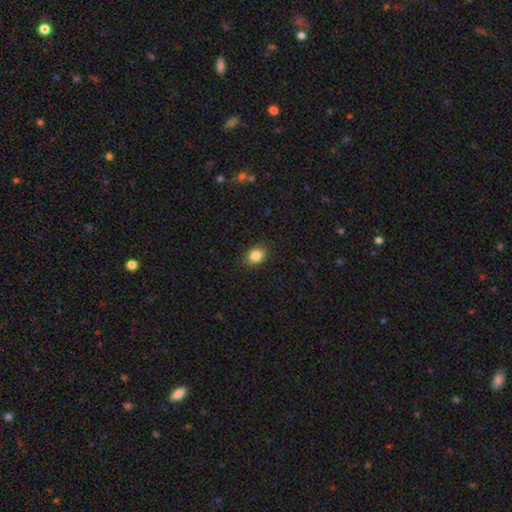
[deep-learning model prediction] Q: Smooth or featured?
A: smooth (85%); runner-up: star or artifact (9%)
Q: How rounded?
A: in between (66%); runner-up: round (33%)
Q: Merging?
A: none (85%); runner-up: minor disturbance (11%)